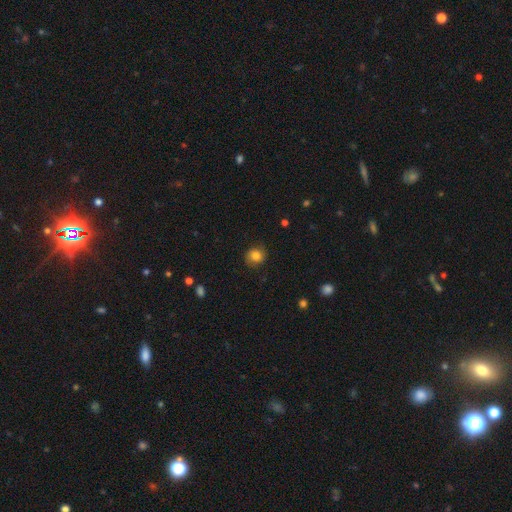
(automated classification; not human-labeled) Overall: smooth (78%). How rounded: round (81%). Merging: none (81%).